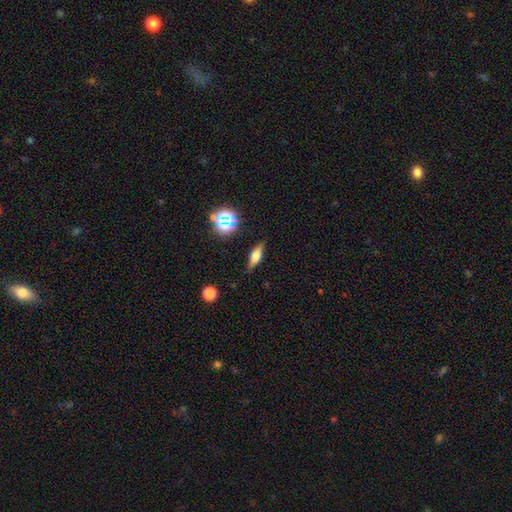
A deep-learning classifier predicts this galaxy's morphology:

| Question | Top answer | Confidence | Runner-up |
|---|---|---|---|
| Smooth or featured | smooth | 53% | featured or disk (35%) |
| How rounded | in between | 51% | cigar-shaped (42%) |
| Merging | none | 83% | minor disturbance (12%) |